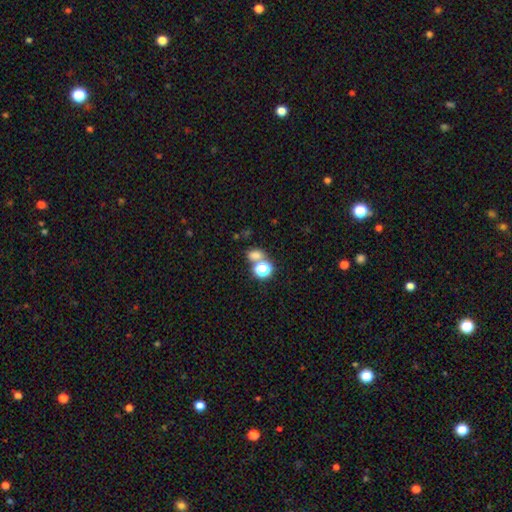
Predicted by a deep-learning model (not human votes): A smooth galaxy with no disk features (66%) that is in between round and cigar-shaped (52%). Merging: none (52%).